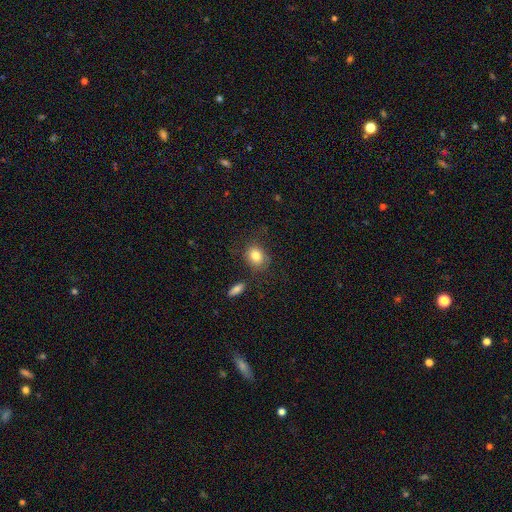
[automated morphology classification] A smooth galaxy with no disk features (81%) that is round (54%).

Vote fractions:
- Smooth or featured? smooth: 81% / featured or disk: 10% / star or artifact: 9%
- How rounded? round: 54% / in between: 45% / cigar-shaped: 1%
- Merging? none: 69% / minor disturbance: 19% / major disturbance: 7% / merger: 5%